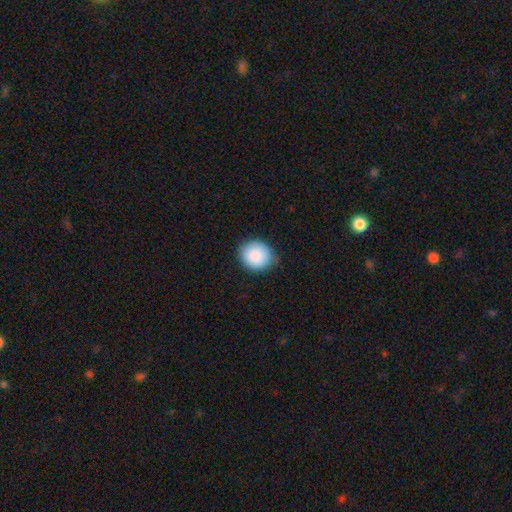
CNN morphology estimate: Q: Smooth or featured?
A: smooth (88%); runner-up: star or artifact (7%)
Q: How rounded?
A: round (78%); runner-up: in between (21%)
Q: Merging?
A: none (79%); runner-up: minor disturbance (17%)